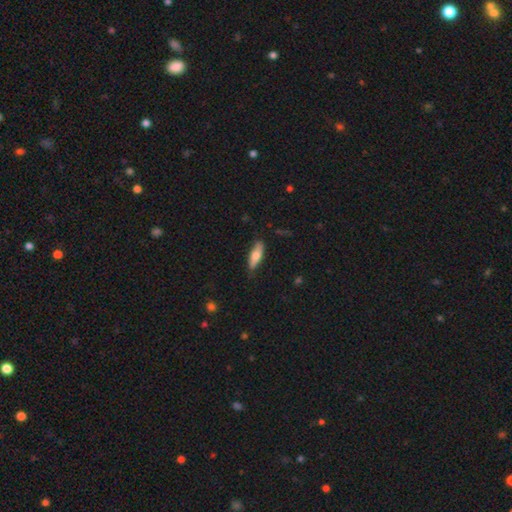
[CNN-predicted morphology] Q: Smooth or featured?
A: smooth (64%); runner-up: featured or disk (30%)
Q: How rounded?
A: in between (51%); runner-up: cigar-shaped (47%)
Q: Merging?
A: none (78%); runner-up: minor disturbance (18%)